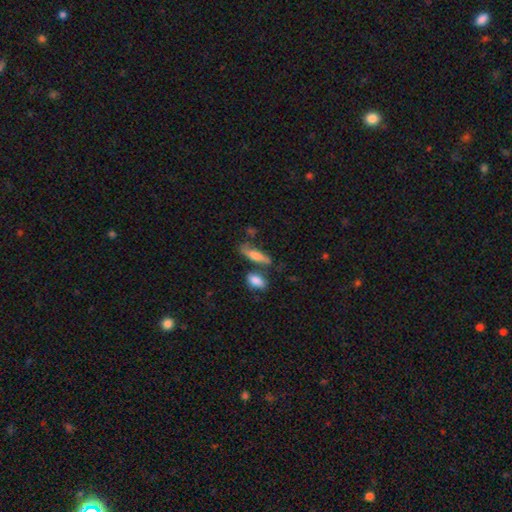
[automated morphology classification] A smooth galaxy with no disk features (60%) that is cigar-shaped (52%). Merging: none (57%).